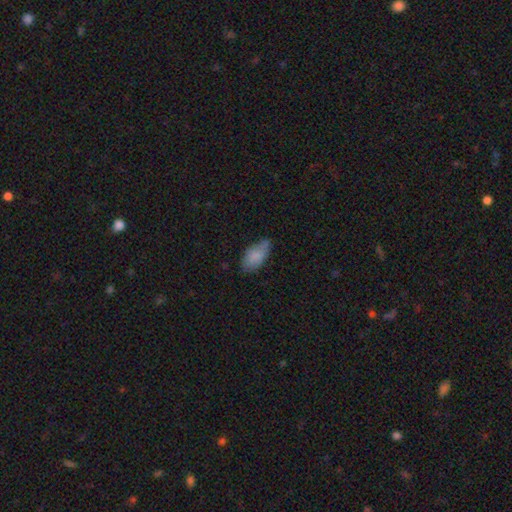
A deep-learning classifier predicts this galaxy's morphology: Smooth or featured: smooth — 82% (featured or disk — 10%)
How rounded: in between — 93% (cigar-shaped — 4%)
Merging: none — 56% (minor disturbance — 30%)